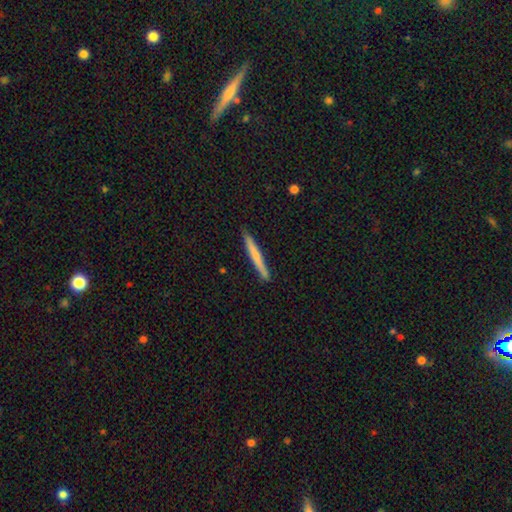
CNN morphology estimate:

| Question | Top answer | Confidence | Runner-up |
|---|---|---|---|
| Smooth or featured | smooth | 63% | featured or disk (31%) |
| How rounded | cigar-shaped | 97% | in between (2%) |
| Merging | none | 91% | minor disturbance (7%) |